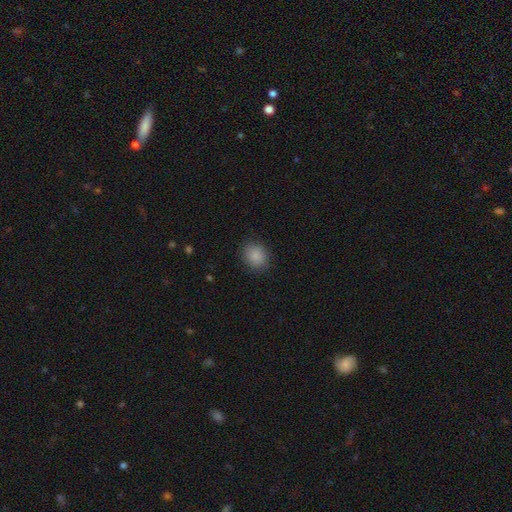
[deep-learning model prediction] Smooth or featured? Predicted: smooth (p=0.87). How rounded? Predicted: round (p=0.67). Merging? Predicted: none (p=0.86).